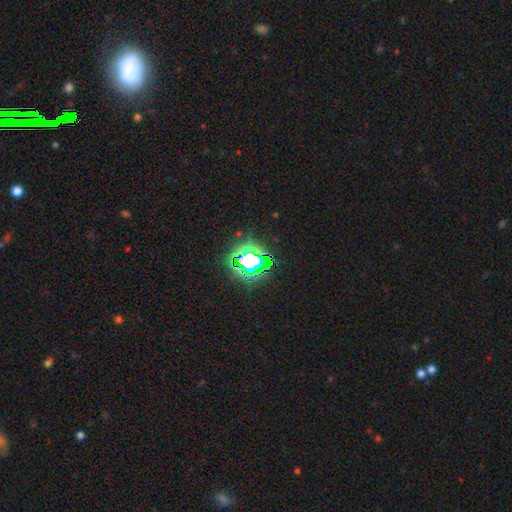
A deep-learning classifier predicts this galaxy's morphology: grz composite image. It shows a star or artifact, not a galaxy (70%).